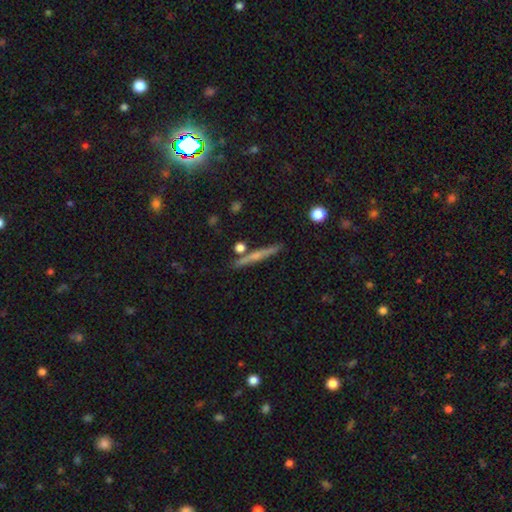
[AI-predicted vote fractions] Smooth or featured? Predicted: featured or disk (p=0.56). Edge-on disk? Predicted: yes (p=0.97). Edge-on bulge? Predicted: rounded (p=0.60). Merging? Predicted: none (p=0.85).